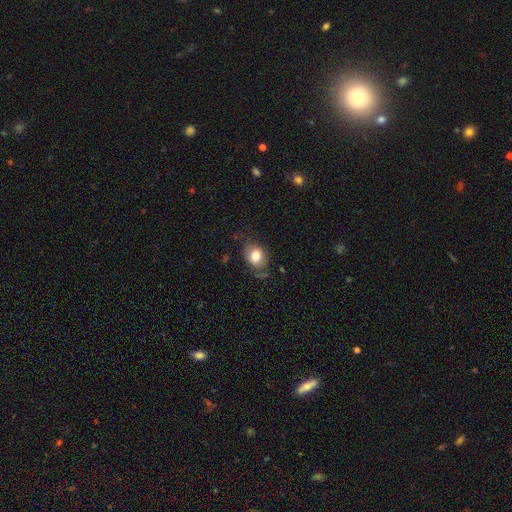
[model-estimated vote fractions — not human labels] Overall: smooth (77%). How rounded: round (53%; in between 46%). Merging: none (65%).